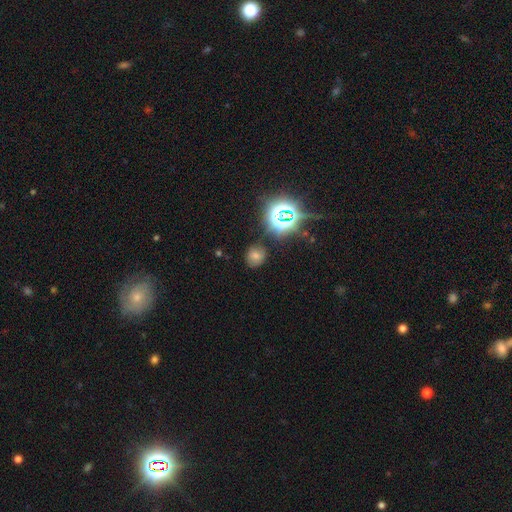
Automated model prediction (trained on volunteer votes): Smooth or featured? Predicted: smooth (p=0.60). How rounded? Predicted: round (p=0.73). Merging? Predicted: none (p=0.80).